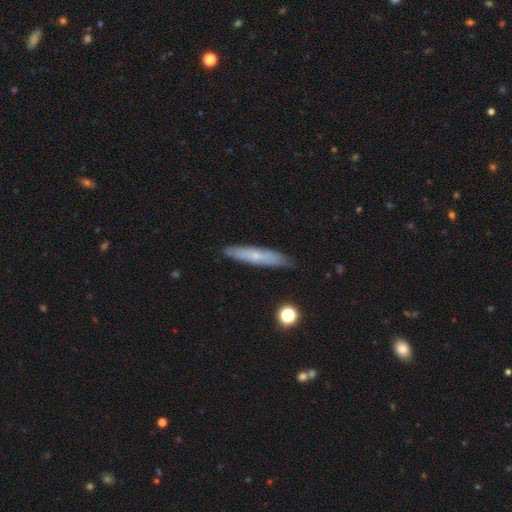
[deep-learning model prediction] smooth-or-featured: smooth: 58% | featured or disk: 35% | star or artifact: 7%
  how-rounded: cigar-shaped: 90% | in between: 8% | round: 2%
  merging: none: 87% | minor disturbance: 10% | major disturbance: 2% | merger: 1%